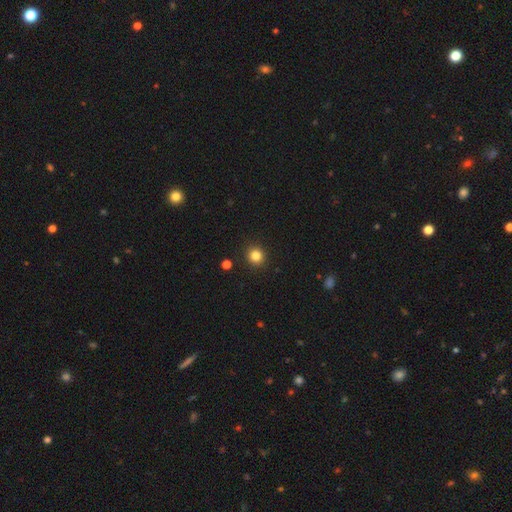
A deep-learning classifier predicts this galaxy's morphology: A smooth galaxy with no disk features (83%) that is round (91%). Merging: none (92%).